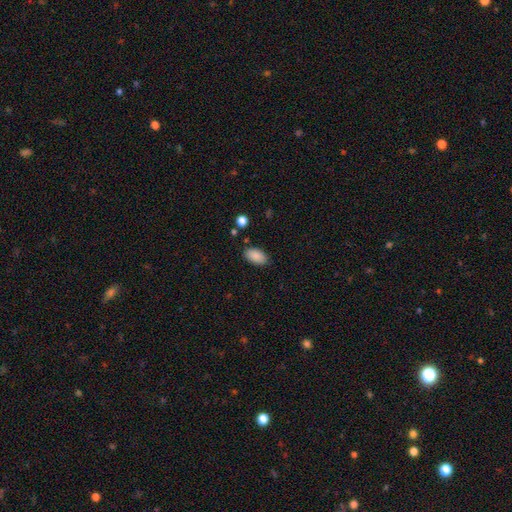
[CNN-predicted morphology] Smooth or featured?
  - smooth: 88% *
  - star or artifact: 7%
  - featured or disk: 4%
How rounded?
  - in between: 94% *
  - round: 4%
  - cigar-shaped: 2%
Merging?
  - none: 85% *
  - minor disturbance: 11%
  - major disturbance: 3%
  - merger: 2%